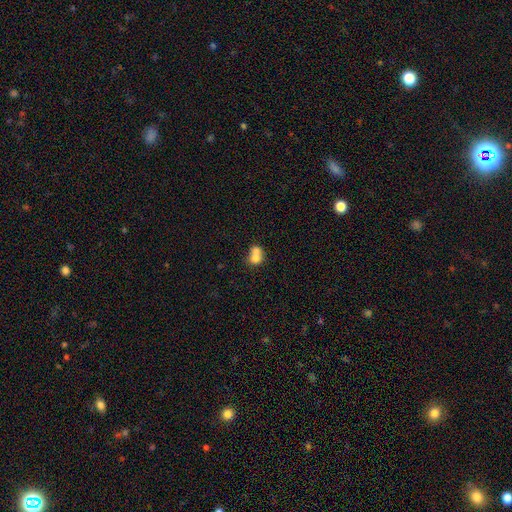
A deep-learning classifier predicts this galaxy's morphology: Smooth or featured?
  - smooth: 70% *
  - featured or disk: 20%
  - star or artifact: 10%
How rounded?
  - round: 66% *
  - in between: 33%
  - cigar-shaped: 1%
Merging?
  - merger: 70% *
  - none: 22%
  - minor disturbance: 5%
  - major disturbance: 3%